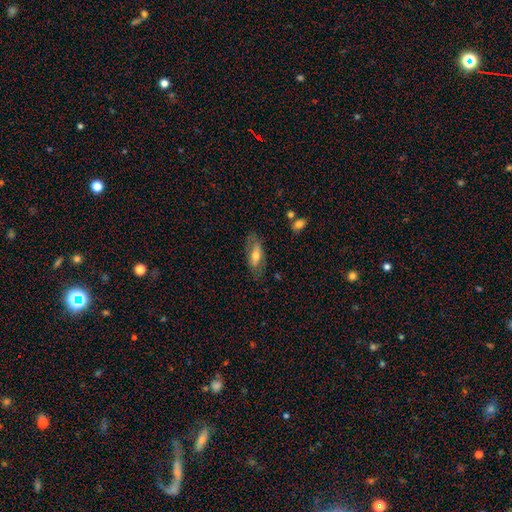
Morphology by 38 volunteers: Smooth or featured? 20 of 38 (53%) said smooth. How rounded? 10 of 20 (50%) said in between. Merging? 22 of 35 (63%) said none.